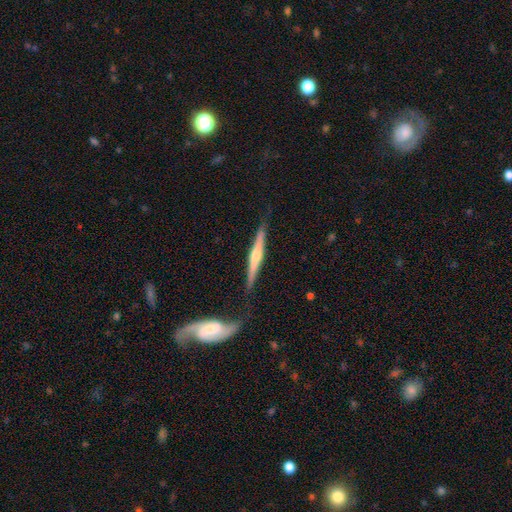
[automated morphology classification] Smooth or featured? Predicted: featured or disk (p=0.69). Edge-on disk? Predicted: yes (p=0.96). Edge-on bulge? Predicted: rounded (p=0.72). Merging? Predicted: none (p=0.75).